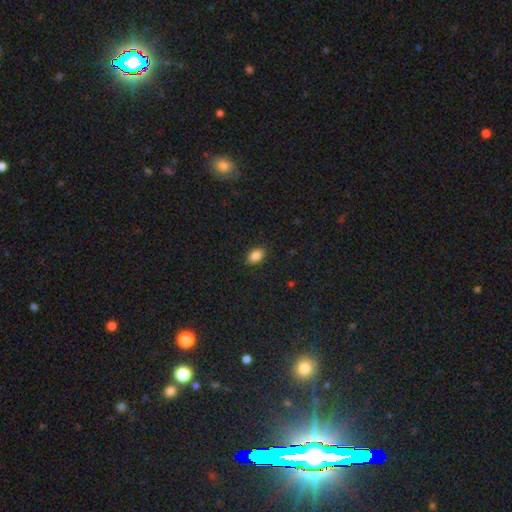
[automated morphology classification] Smooth or featured: smooth — 87% (star or artifact — 9%)
How rounded: in between — 89% (round — 8%)
Merging: none — 87% (minor disturbance — 10%)